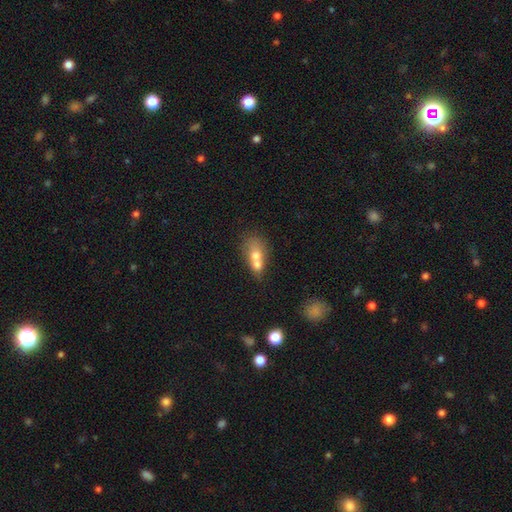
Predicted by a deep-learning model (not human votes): Smooth or featured? smooth (64%)
How rounded? in between (62%)
Merging? merger (70%)